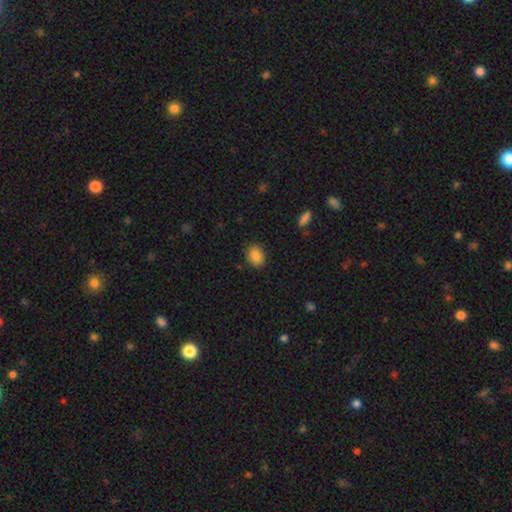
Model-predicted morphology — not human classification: This appears to be a smooth galaxy with no disk features (87%) that is in between round and cigar-shaped (62%). Merging: none (87%).